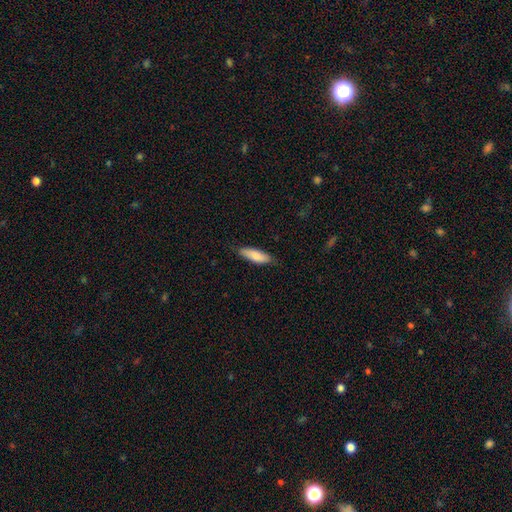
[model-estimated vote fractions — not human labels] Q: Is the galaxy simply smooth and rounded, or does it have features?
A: smooth — 84%.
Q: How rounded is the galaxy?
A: cigar-shaped — 49%, tied with in between.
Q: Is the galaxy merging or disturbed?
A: none — 81%.